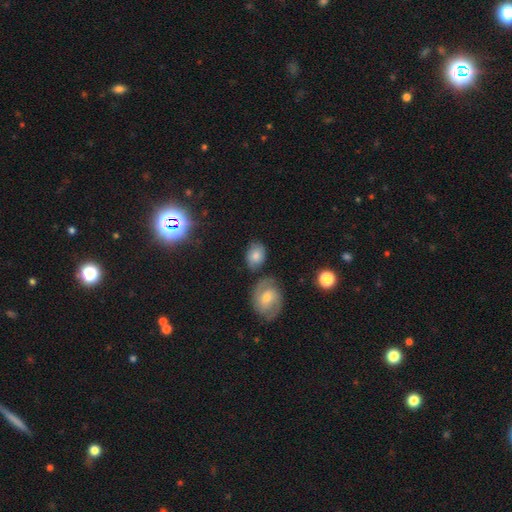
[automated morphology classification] A smooth galaxy with no disk features (71%) that is in between round and cigar-shaped (63%). Merging: none (66%).